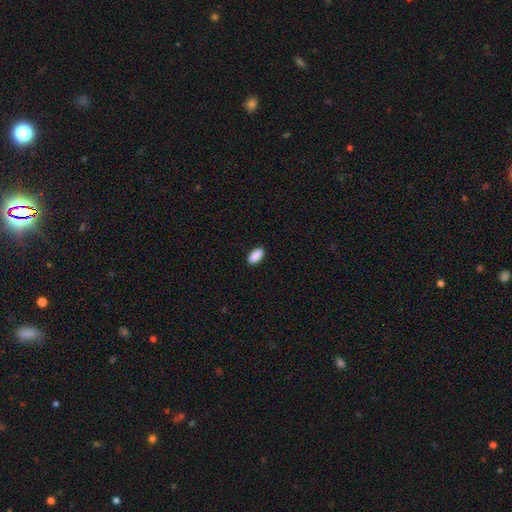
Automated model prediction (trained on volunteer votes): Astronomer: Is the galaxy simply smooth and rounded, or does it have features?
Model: smooth — 91%.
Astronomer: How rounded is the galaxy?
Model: in between — 93%.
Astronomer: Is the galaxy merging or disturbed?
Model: none — 90%.